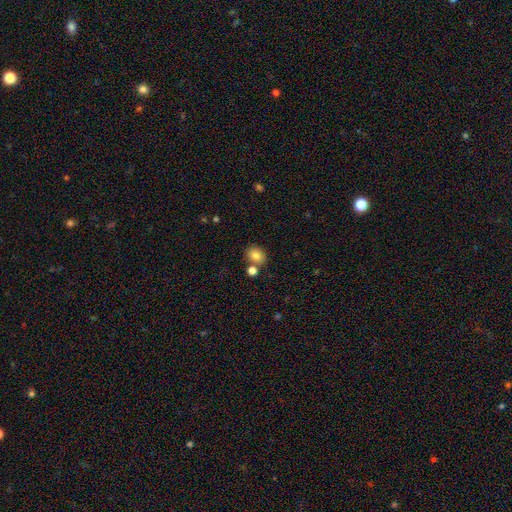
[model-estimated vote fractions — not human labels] A smooth galaxy with no disk features (83%) that is in between round and cigar-shaped (50%). Merging: none (70%).